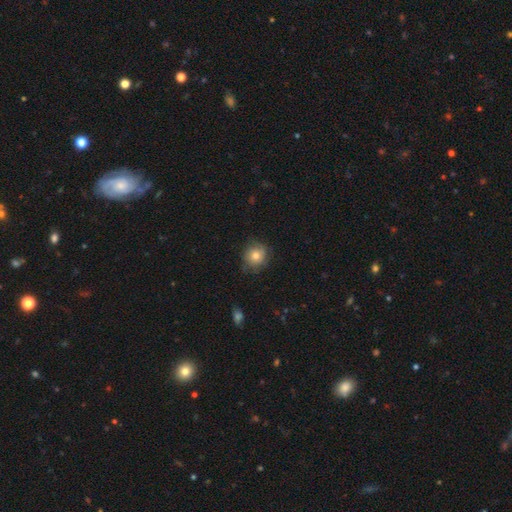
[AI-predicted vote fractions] This appears to be a smooth galaxy with no disk features (75%) that is round (88%). Merging: none (77%).